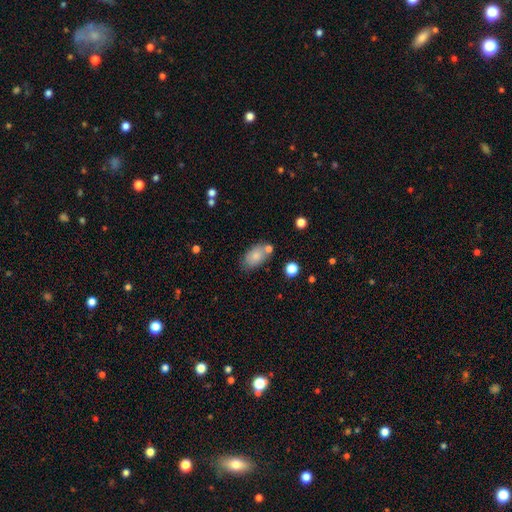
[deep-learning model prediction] Smooth or featured: smooth — 80% (featured or disk — 12%)
How rounded: in between — 90% (round — 7%)
Merging: none — 68% (minor disturbance — 16%)